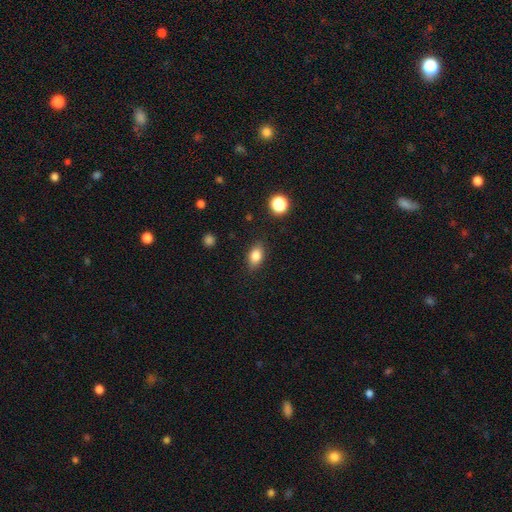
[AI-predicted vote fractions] This appears to be a smooth galaxy with no disk features (83%) that is in between round and cigar-shaped (84%). Merging: none (85%).